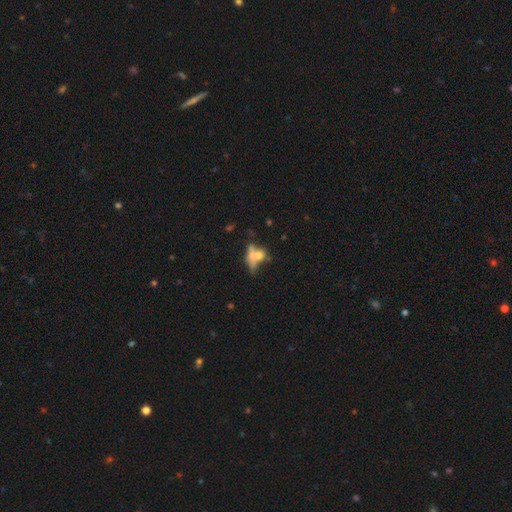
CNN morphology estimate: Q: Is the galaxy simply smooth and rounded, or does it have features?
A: smooth — 52%.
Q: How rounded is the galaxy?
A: in between — 51%.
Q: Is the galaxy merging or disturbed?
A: merger — 43%.